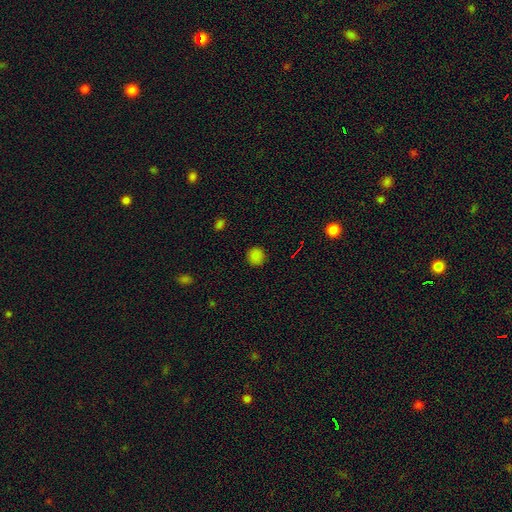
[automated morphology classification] Smooth or featured: smooth — 83% (star or artifact — 13%)
How rounded: round — 93% (in between — 6%)
Merging: none — 90% (minor disturbance — 7%)